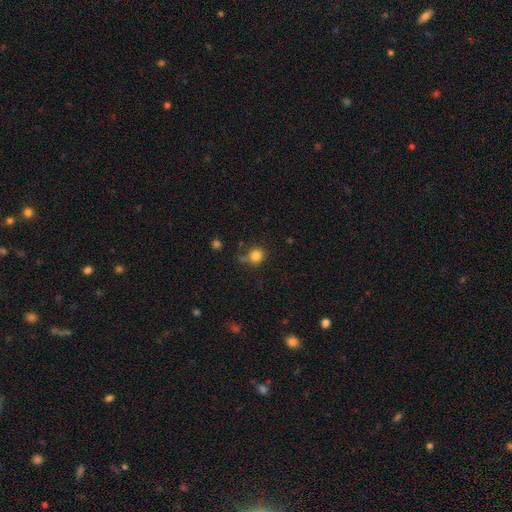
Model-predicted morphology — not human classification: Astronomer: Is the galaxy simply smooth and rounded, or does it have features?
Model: smooth — 82%.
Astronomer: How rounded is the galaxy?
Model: round — 83%.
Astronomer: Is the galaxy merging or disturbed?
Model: none — 63%.